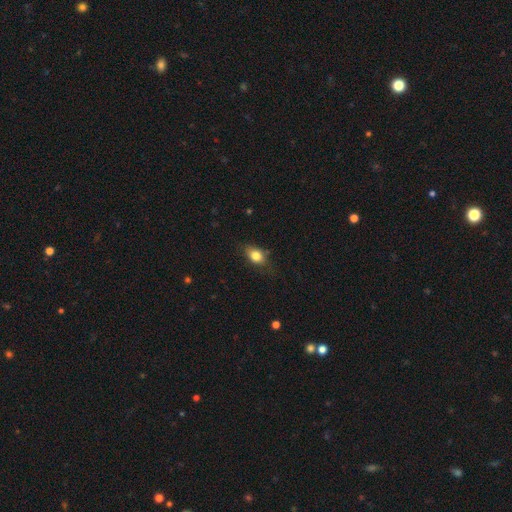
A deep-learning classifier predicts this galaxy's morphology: A smooth galaxy with no disk features (81%) that is in between round and cigar-shaped (73%).

Vote fractions:
- Smooth or featured? smooth: 81% / featured or disk: 10% / star or artifact: 9%
- How rounded? in between: 73% / round: 24% / cigar-shaped: 3%
- Merging? none: 74% / minor disturbance: 21% / major disturbance: 4% / merger: 1%